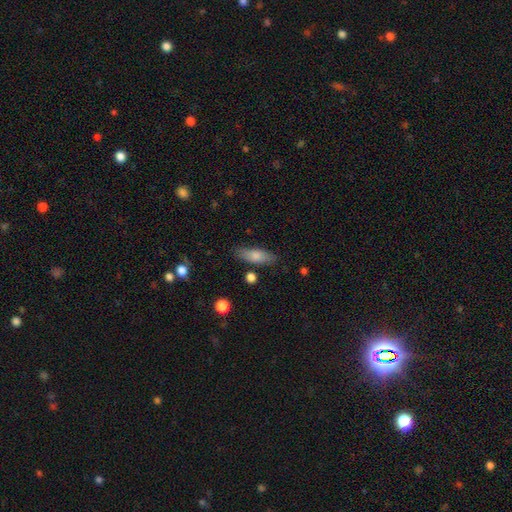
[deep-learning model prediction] The model was most divided on "how rounded": in between: 64%, cigar-shaped: 34%, round: 3%. More confident: merging — none (81%); smooth or featured — smooth (76%).